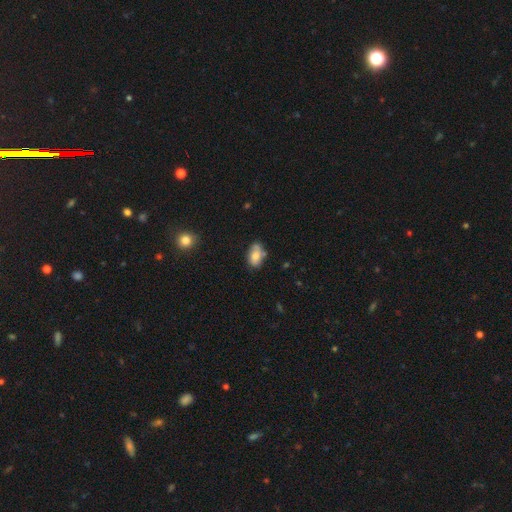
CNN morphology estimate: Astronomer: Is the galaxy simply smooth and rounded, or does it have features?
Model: smooth — 75%.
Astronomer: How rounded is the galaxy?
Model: in between — 87%.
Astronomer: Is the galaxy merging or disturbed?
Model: none — 52% (runner-up: minor disturbance, 27%).